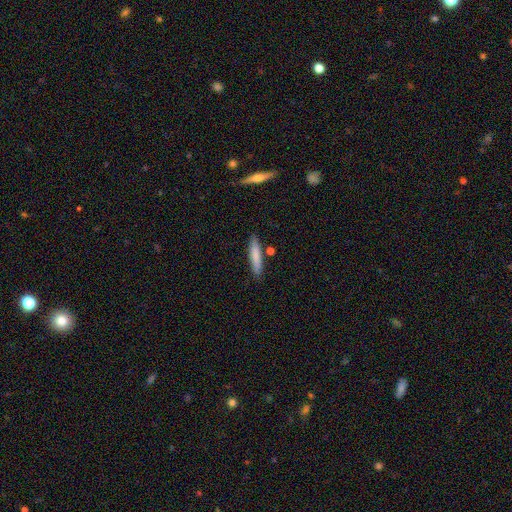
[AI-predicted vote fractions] A smooth galaxy with no disk features (80%) that is cigar-shaped (85%). Merging: none (83%).